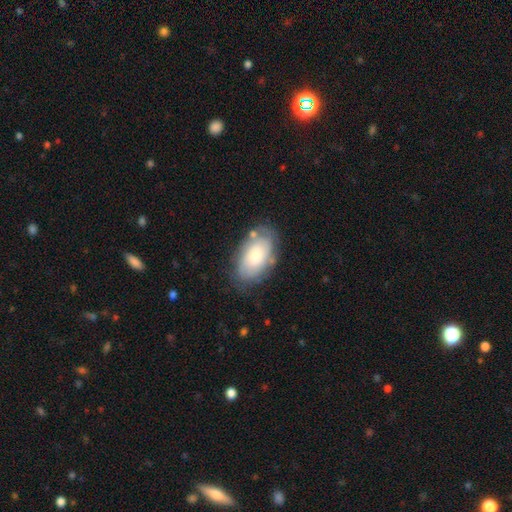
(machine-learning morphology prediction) Smooth or featured? smooth (62%)
How rounded? in between (93%)
Merging? none (68%)